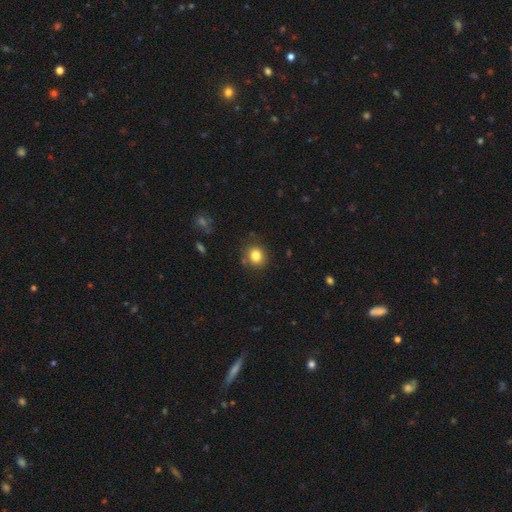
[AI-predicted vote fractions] Smooth or featured? Predicted: smooth (p=0.82). How rounded? Predicted: round (p=0.81). Merging? Predicted: none (p=0.83).